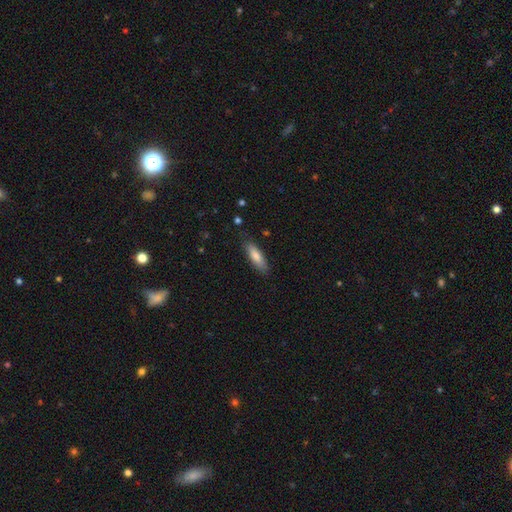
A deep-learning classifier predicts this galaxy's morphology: This appears to be a smooth galaxy with no disk features (79%) that is cigar-shaped (57%). Merging: none (83%).